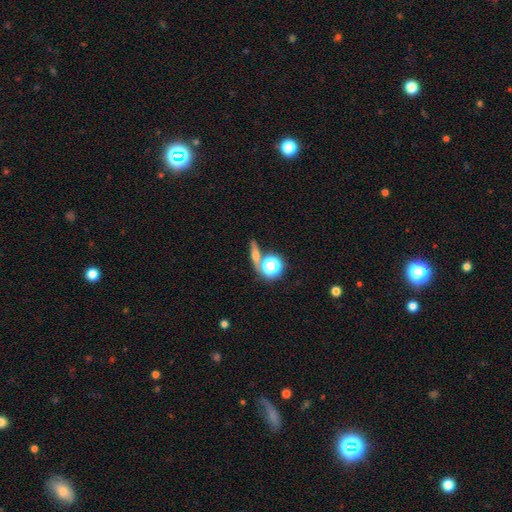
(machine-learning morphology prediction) This appears to be a smooth galaxy with no disk features (46%). Merging: none (70%).